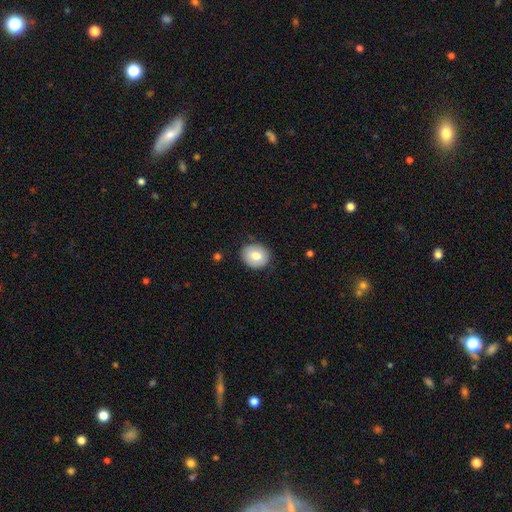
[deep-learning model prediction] Smooth or featured? Predicted: smooth (p=0.77). How rounded? Predicted: round (p=0.69). Merging? Predicted: none (p=0.83).